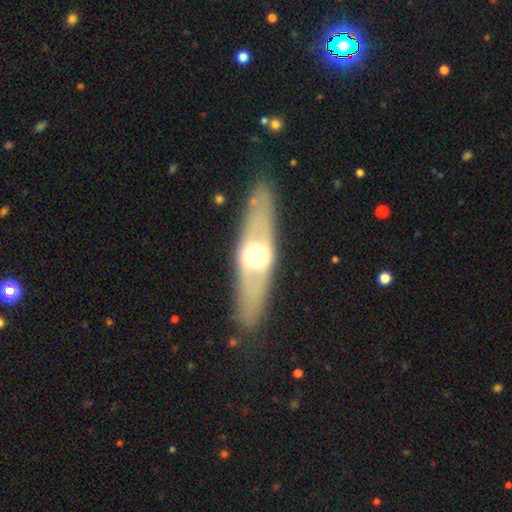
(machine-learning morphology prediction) This appears to be a featured or disk galaxy (56%) viewed edge-on (58%). Merging: none (86%).